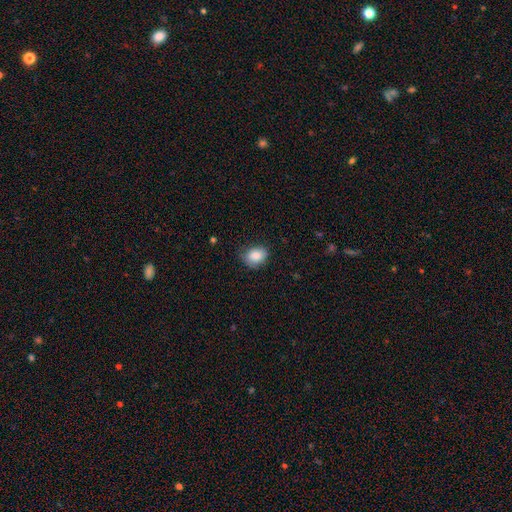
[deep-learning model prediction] The model was most divided on "how rounded": in between: 59%, round: 40%, cigar-shaped: 1%. More confident: smooth or featured — smooth (87%); merging — none (71%).